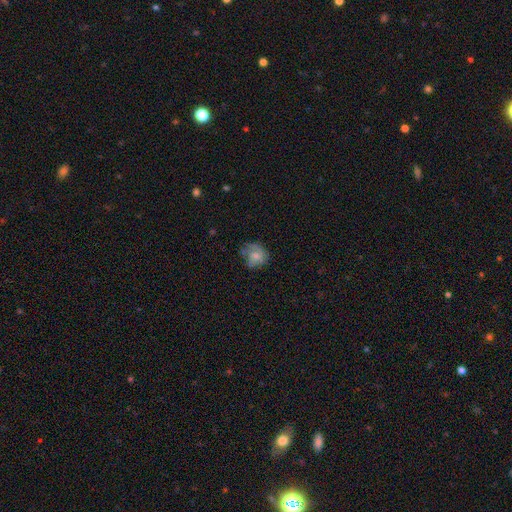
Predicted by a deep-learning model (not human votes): This is possibly a smooth galaxy (57%). How rounded: likely round (67%). Merging: possibly none (52%).